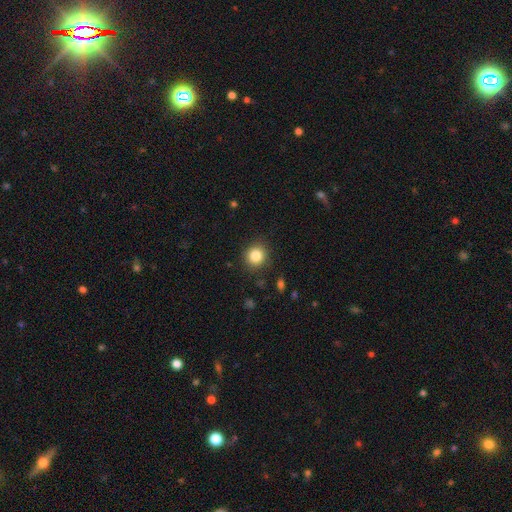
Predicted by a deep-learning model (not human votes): The model was most divided on "smooth or featured": smooth: 84%, star or artifact: 10%, featured or disk: 5%. More confident: how rounded — round (89%); merging — none (89%).